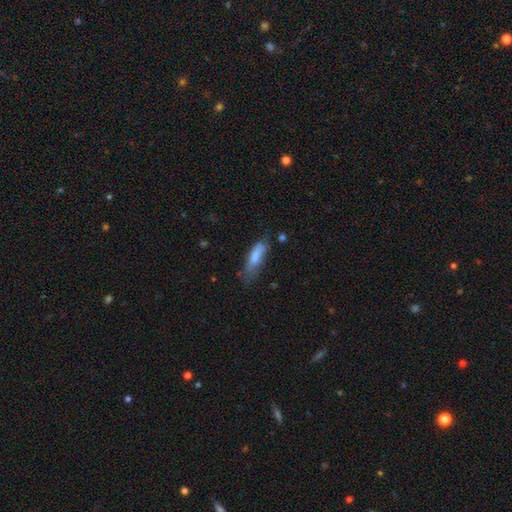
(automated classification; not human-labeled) Morphology: type=smooth (77%); roundness=in between (51%); merging=none (44%).